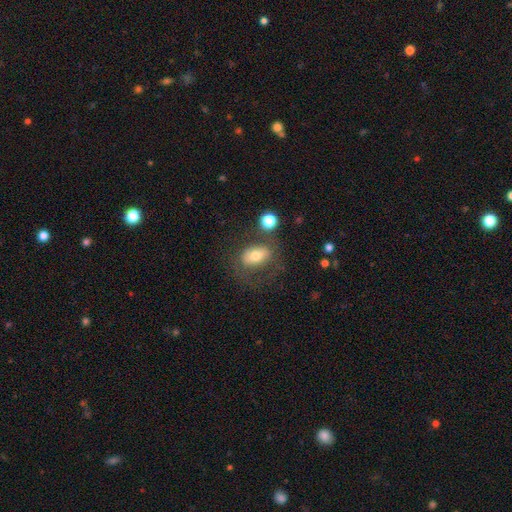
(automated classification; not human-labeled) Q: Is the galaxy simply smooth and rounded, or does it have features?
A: smooth — 63%.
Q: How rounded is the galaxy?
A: in between — 79%.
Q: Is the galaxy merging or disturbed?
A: none — 53%.